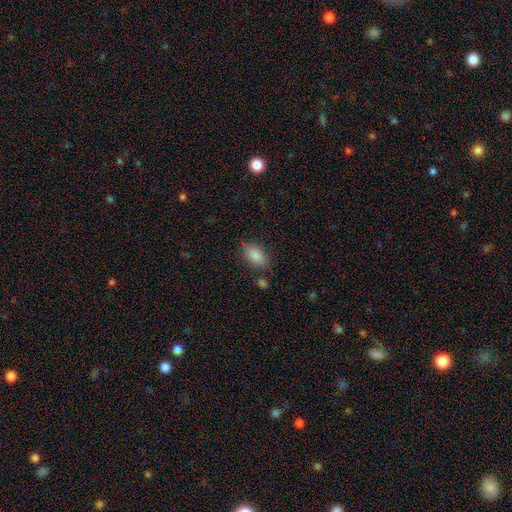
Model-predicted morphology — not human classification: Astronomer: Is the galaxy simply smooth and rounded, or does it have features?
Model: smooth — 88%.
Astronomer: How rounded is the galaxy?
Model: in between — 89%.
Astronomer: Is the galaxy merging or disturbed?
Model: none — 78%.